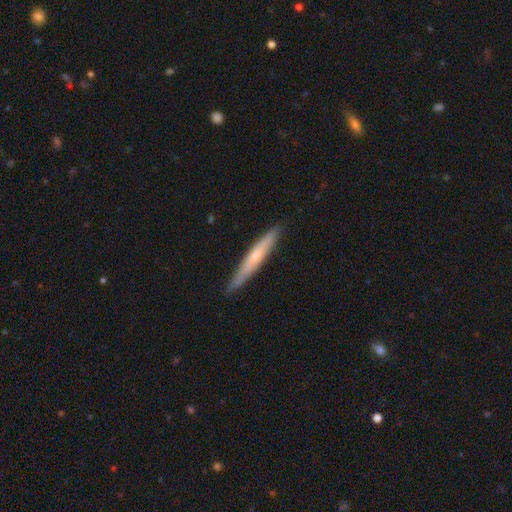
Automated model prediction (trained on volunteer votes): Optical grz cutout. It shows a featured or disk galaxy (47%, tied with smooth). Merging: none (86%).